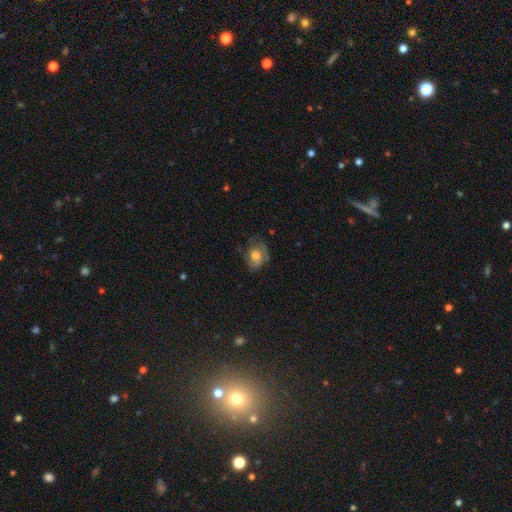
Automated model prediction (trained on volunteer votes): Smooth or featured? Predicted: featured or disk (p=0.48). Merging? Predicted: none (p=0.50).